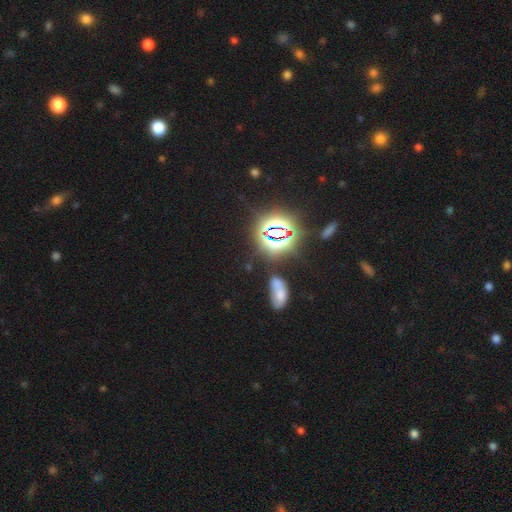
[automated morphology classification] A star or artifact, not a galaxy (76%).